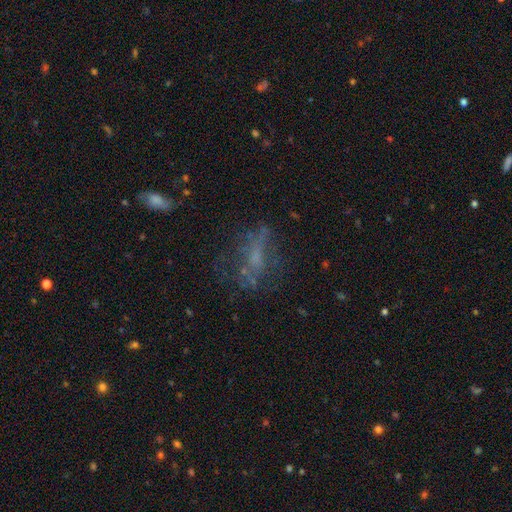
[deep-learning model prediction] The model was most divided on "smooth or featured": featured or disk: 45%, smooth: 32%, star or artifact: 24%. More confident: merging — none (52%).